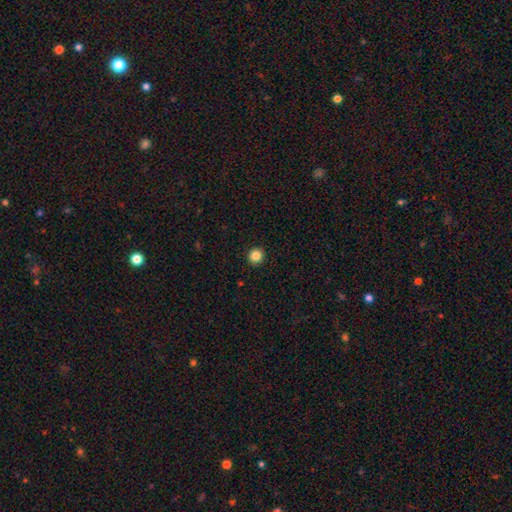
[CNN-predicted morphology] This appears to be a smooth galaxy with no disk features (86%) that is round (94%). Merging: none (93%).